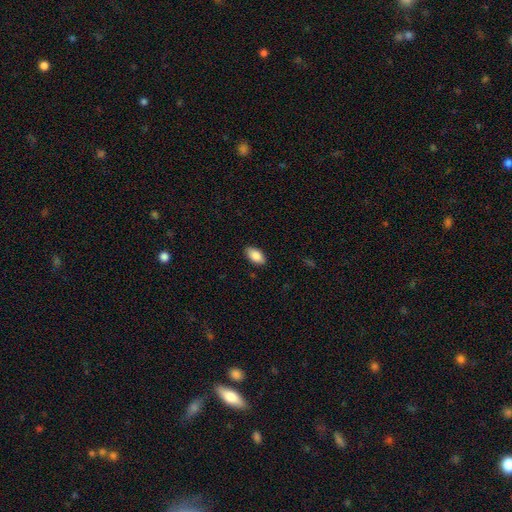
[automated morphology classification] Smooth or featured? Predicted: smooth (p=0.88). How rounded? Predicted: in between (p=0.94). Merging? Predicted: none (p=0.87).